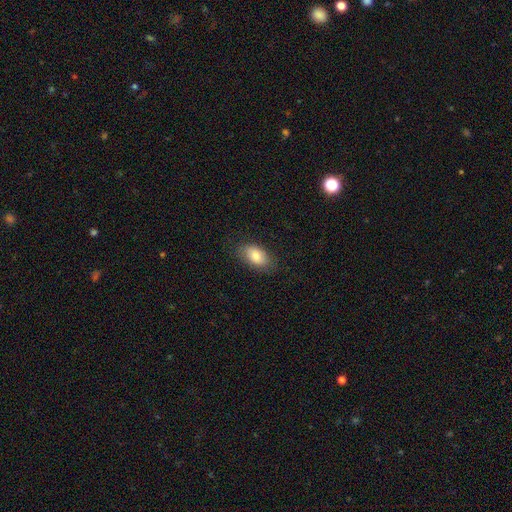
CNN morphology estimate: type=smooth (82%); roundness=in between (92%); merging=none (79%).